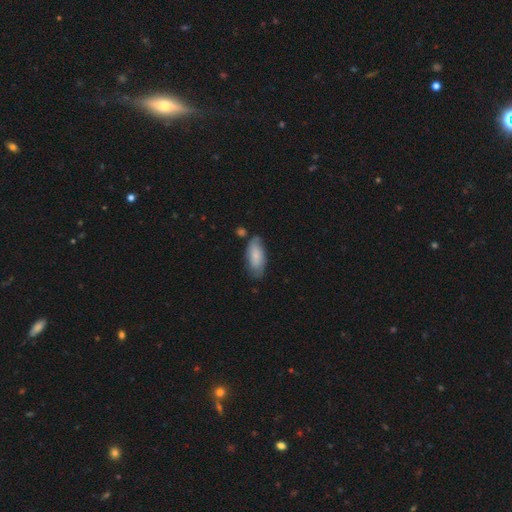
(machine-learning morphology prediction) Smooth or featured: smooth — 78% (featured or disk — 16%)
How rounded: in between — 85% (cigar-shaped — 13%)
Merging: none — 64% (minor disturbance — 25%)